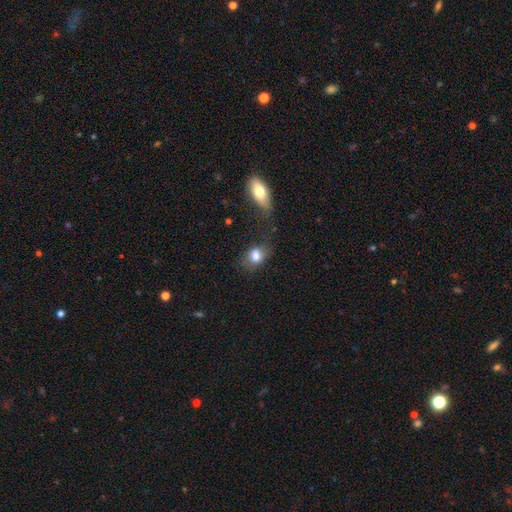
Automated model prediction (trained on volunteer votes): Smooth or featured? smooth (78%)
How rounded? in between (67%)
Merging? none (54%)